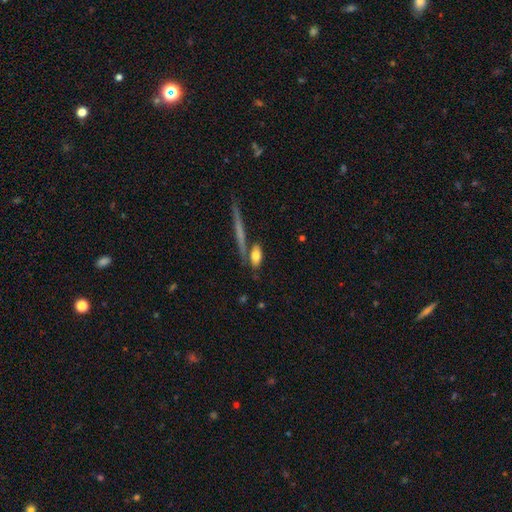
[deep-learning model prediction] Smooth or featured?
  - smooth: 73% *
  - featured or disk: 20%
  - star or artifact: 7%
How rounded?
  - in between: 73% *
  - cigar-shaped: 21%
  - round: 6%
Merging?
  - none: 63% *
  - merger: 16%
  - minor disturbance: 16%
  - major disturbance: 6%